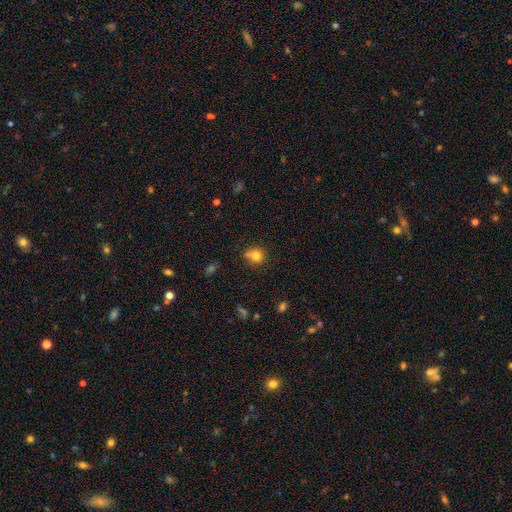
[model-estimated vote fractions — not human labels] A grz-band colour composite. It shows a smooth galaxy with no disk features (78%) that is round (79%). Merging: none (56%).